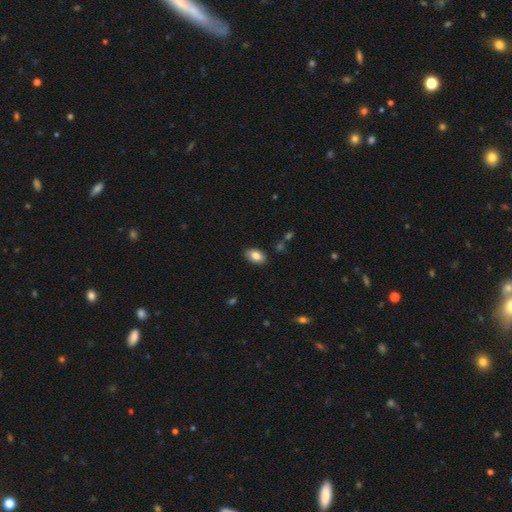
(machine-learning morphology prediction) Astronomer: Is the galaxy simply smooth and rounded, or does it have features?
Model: smooth — 81%.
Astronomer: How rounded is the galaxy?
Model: in between — 90%.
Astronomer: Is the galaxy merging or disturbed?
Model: none — 86%.